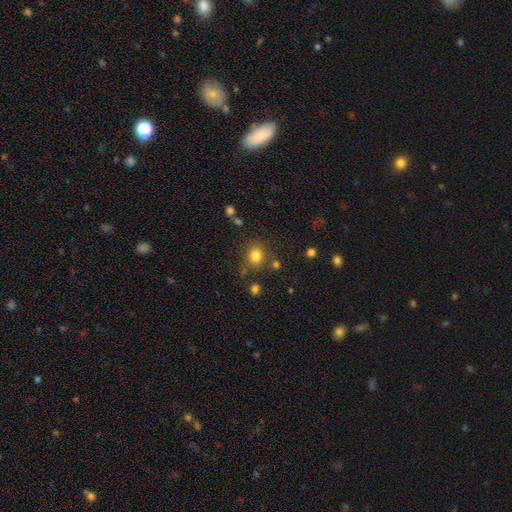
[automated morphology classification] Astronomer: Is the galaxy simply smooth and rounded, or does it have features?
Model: smooth — 81%.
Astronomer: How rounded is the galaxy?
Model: round — 72%.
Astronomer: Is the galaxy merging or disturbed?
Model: none — 77%.